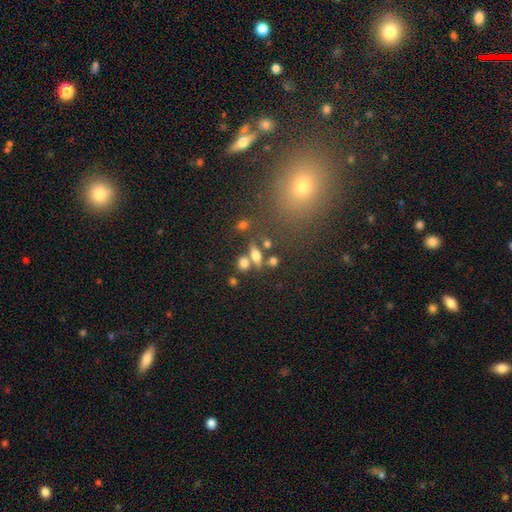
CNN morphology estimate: The model was most divided on "smooth or featured": smooth: 55%, featured or disk: 31%, star or artifact: 14%. More confident: merging — none (59%); how rounded — in between (53%).